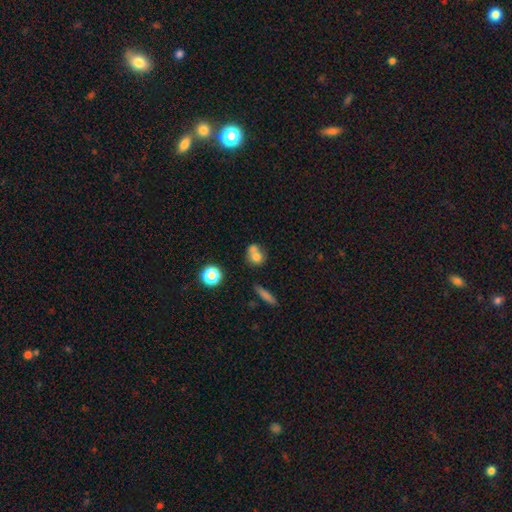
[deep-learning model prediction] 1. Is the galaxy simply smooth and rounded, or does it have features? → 70% smooth, 18% featured or disk, 12% star or artifact.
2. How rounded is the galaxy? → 68% round, 29% in between, 3% cigar-shaped.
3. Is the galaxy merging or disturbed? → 50% merger, 34% none, 10% minor disturbance, 5% major disturbance.